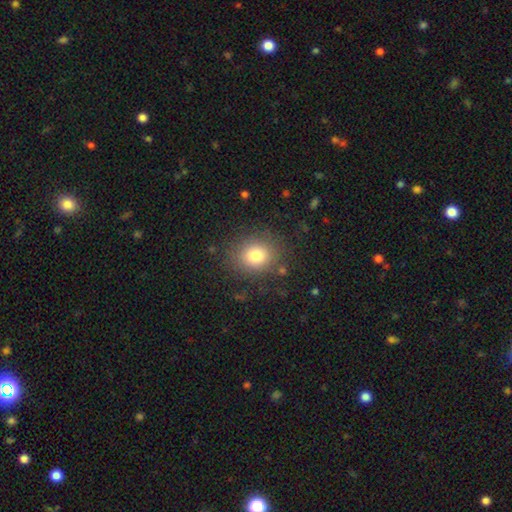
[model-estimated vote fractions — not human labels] Smooth or featured? Predicted: smooth (p=0.79). How rounded? Predicted: round (p=0.68). Merging? Predicted: none (p=0.83).